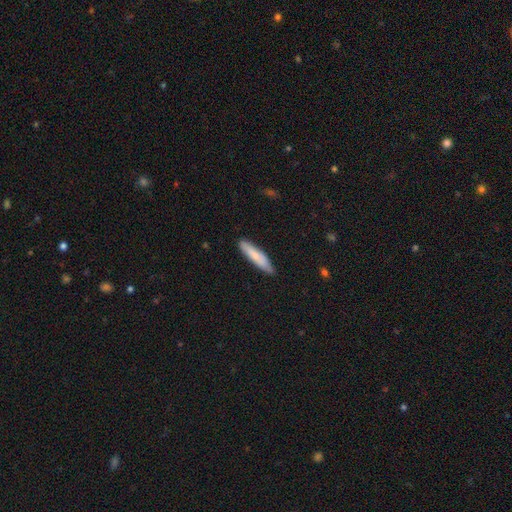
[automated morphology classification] smooth 74%, featured or disk 21%, star or artifact 5%. Down the decision tree: how rounded — cigar-shaped (82%); merging — none (84%).